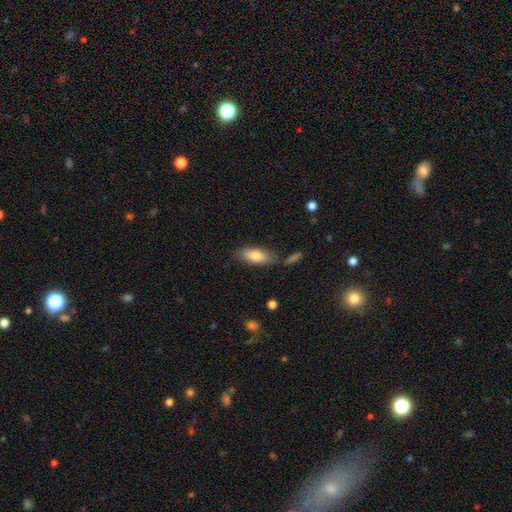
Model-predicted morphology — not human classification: smooth 78%, featured or disk 16%, star or artifact 6%. Down the decision tree: how rounded — in between (74%); merging — none (72%).